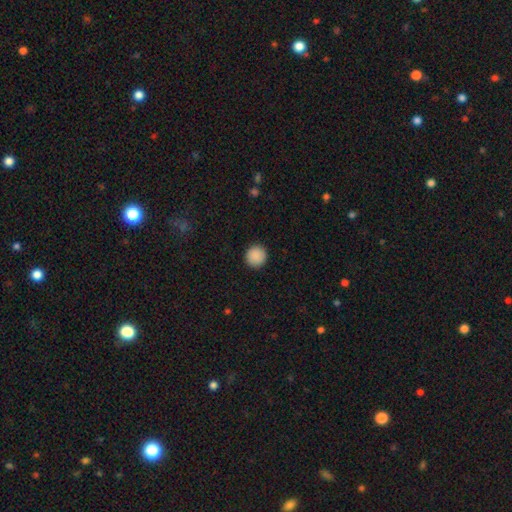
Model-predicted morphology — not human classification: This appears to be a smooth galaxy with no disk features (90%) that is round (95%). Merging: none (92%).